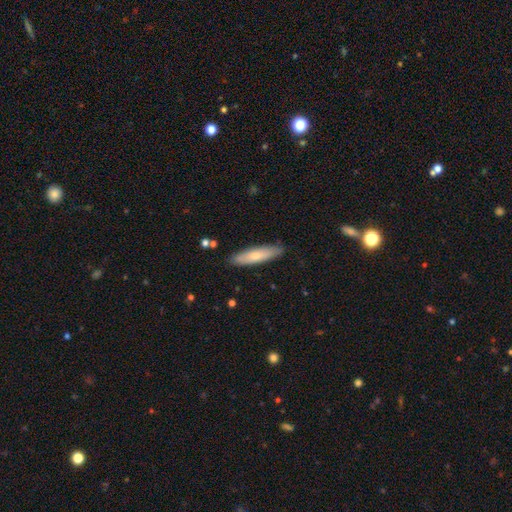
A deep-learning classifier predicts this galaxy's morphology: smooth 70%, featured or disk 25%, star or artifact 6%. Down the decision tree: how rounded — cigar-shaped (75%); merging — none (88%).